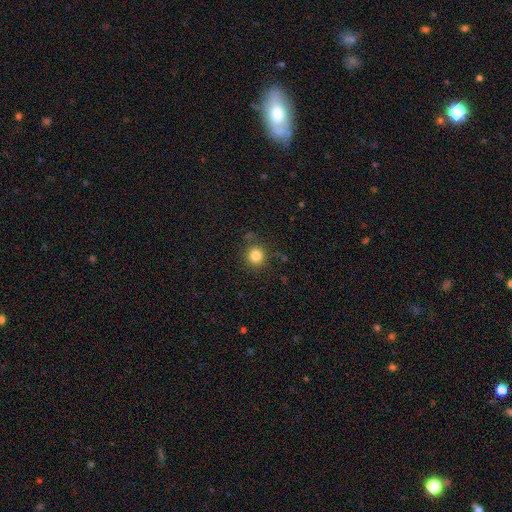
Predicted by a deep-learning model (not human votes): This is clearly a smooth galaxy (82%). How rounded: clearly round (93%). Merging: clearly none (84%).